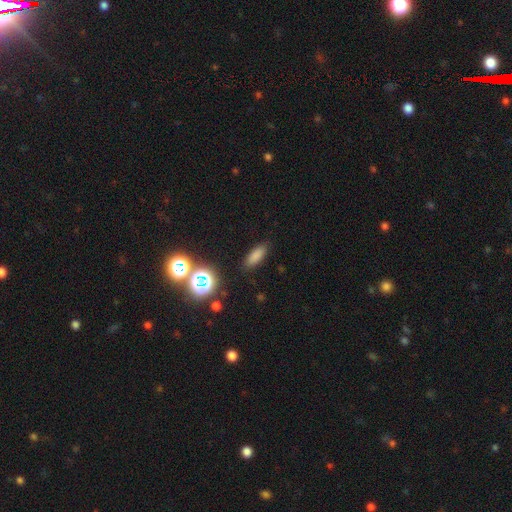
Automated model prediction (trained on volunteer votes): The model was most divided on "how rounded": in between: 68%, cigar-shaped: 28%, round: 5%. More confident: merging — none (87%); smooth or featured — smooth (78%).